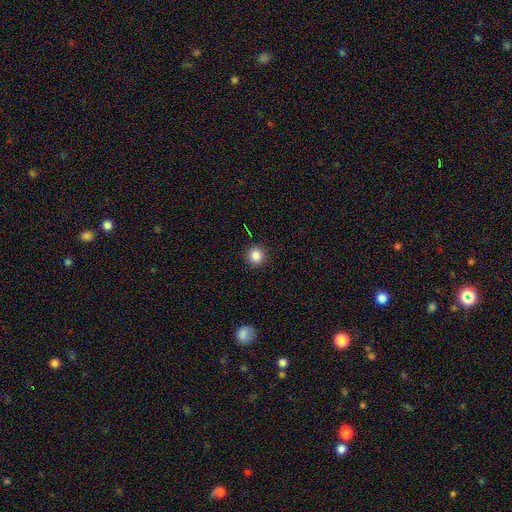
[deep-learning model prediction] Overall: smooth (85%). How rounded: round (94%). Merging: none (92%).